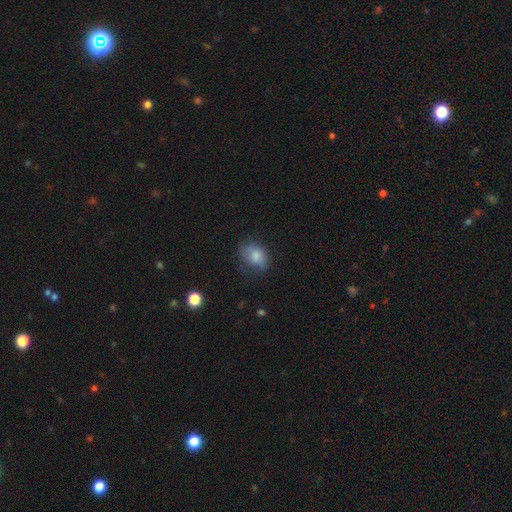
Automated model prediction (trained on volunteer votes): Morphology: type=smooth (72%); roundness=in between (67%); merging=none (61%).